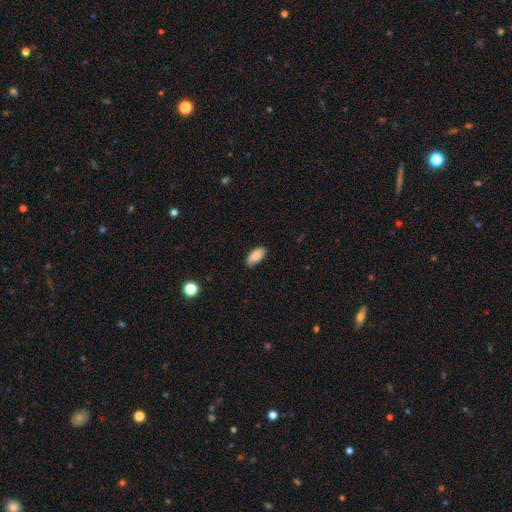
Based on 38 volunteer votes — A smooth galaxy with no disk features (95%) that is in between round and cigar-shaped (97%).

Vote fractions:
- Smooth or featured? smooth: 95% / featured or disk: 5% / star or artifact: 0%
- How rounded? in between: 97% / cigar-shaped: 3% / round: 0%
- Merging? none: 92% / minor disturbance: 8% / major disturbance: 0% / merger: 0%